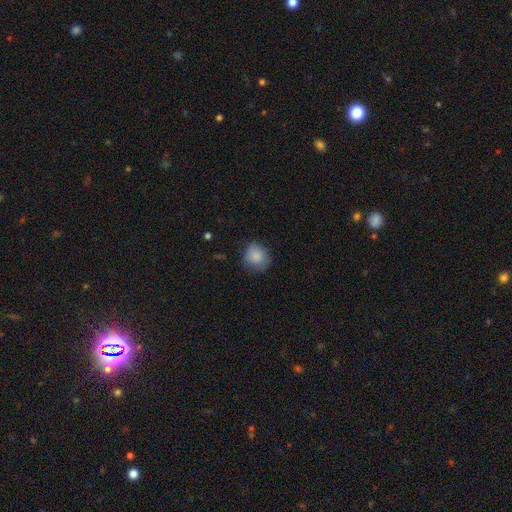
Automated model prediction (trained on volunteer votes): smooth 85%, star or artifact 8%, featured or disk 7%. Down the decision tree: how rounded — round (85%); merging — none (72%).